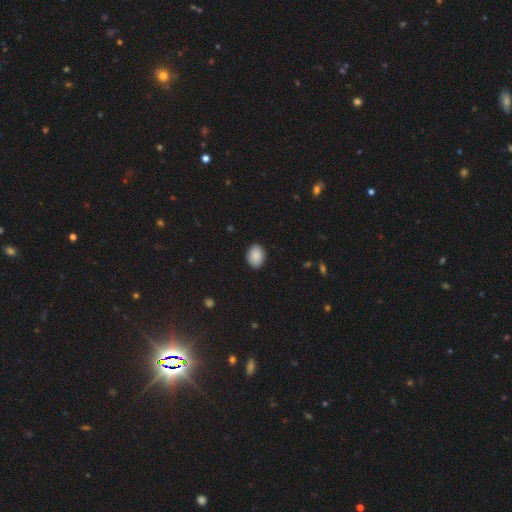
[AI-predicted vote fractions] Smooth or featured? Predicted: smooth (p=0.89). How rounded? Predicted: in between (p=0.69). Merging? Predicted: none (p=0.90).